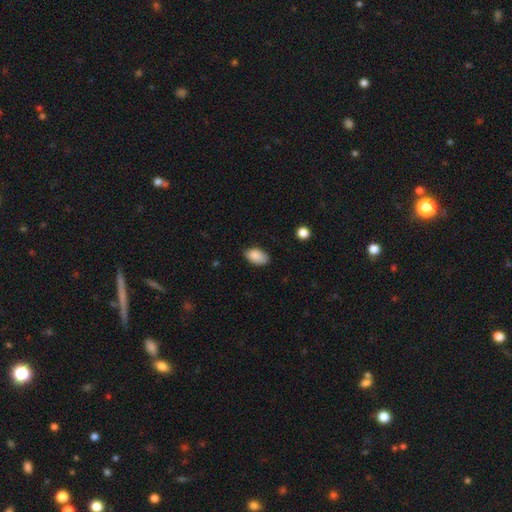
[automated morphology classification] A smooth galaxy with no disk features (88%) that is in between round and cigar-shaped (92%). Merging: none (78%).